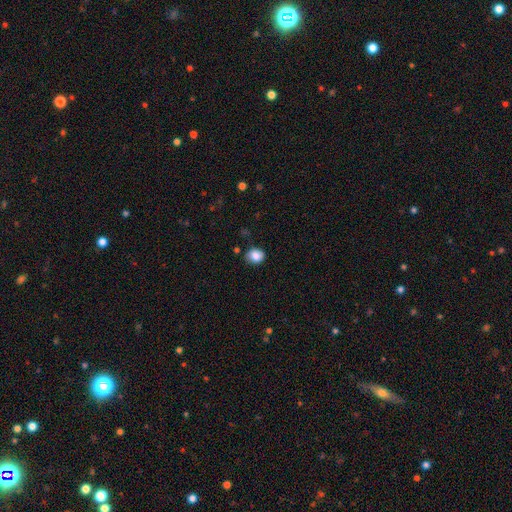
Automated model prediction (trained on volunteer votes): Smooth or featured? smooth (85%)
How rounded? round (66%)
Merging? none (79%)